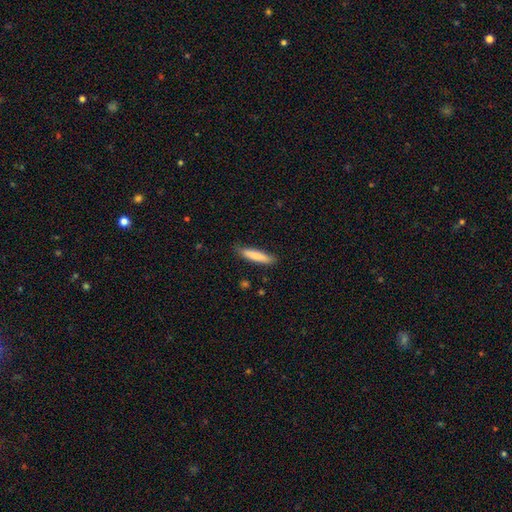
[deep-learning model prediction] This is clearly a smooth galaxy (83%). How rounded: clearly cigar-shaped (85%). Merging: clearly none (84%).